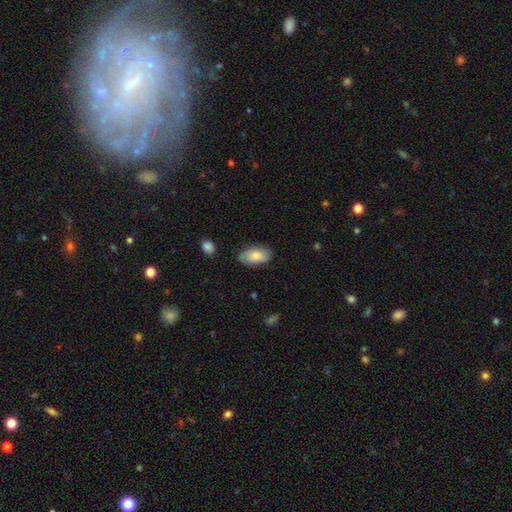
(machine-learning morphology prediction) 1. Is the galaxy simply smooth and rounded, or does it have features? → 80% smooth, 14% featured or disk, 6% star or artifact.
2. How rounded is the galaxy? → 94% in between, 4% round, 2% cigar-shaped.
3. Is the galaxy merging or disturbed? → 79% none, 17% minor disturbance, 3% major disturbance, 1% merger.